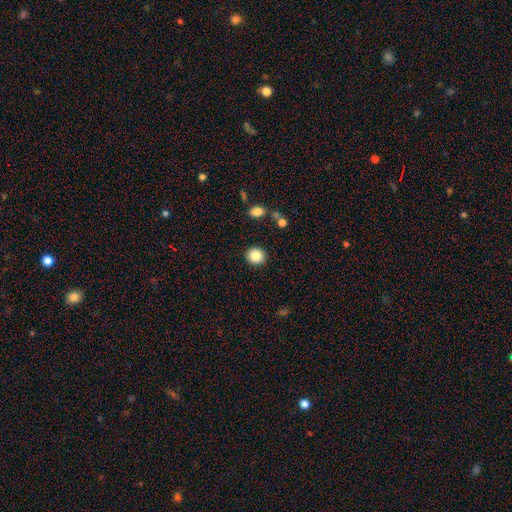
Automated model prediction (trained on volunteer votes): Smooth or featured? smooth (86%)
How rounded? round (81%)
Merging? none (90%)